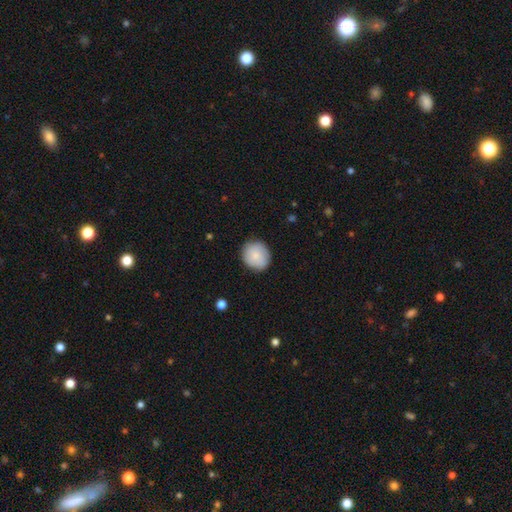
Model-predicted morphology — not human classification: smooth_or_featured: smooth (p=0.84) [alt: featured or disk p=0.09]
how_rounded: round (p=0.84) [alt: in between p=0.15]
merging: none (p=0.85) [alt: minor disturbance p=0.12]